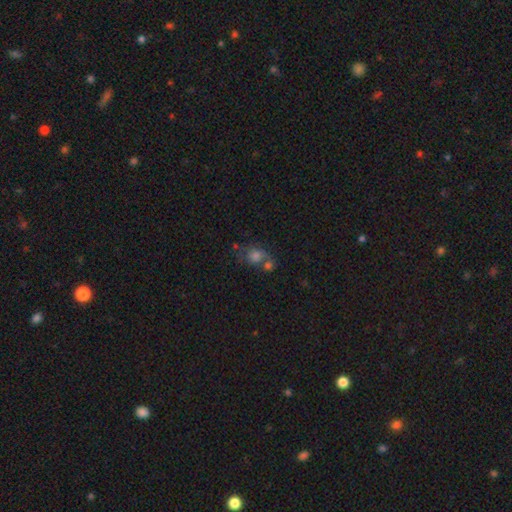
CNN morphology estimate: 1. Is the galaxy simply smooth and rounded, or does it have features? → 62% smooth, 20% featured or disk, 19% star or artifact.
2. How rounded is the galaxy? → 64% round, 34% in between, 2% cigar-shaped.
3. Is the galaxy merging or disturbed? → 42% none, 33% merger, 15% minor disturbance, 10% major disturbance.